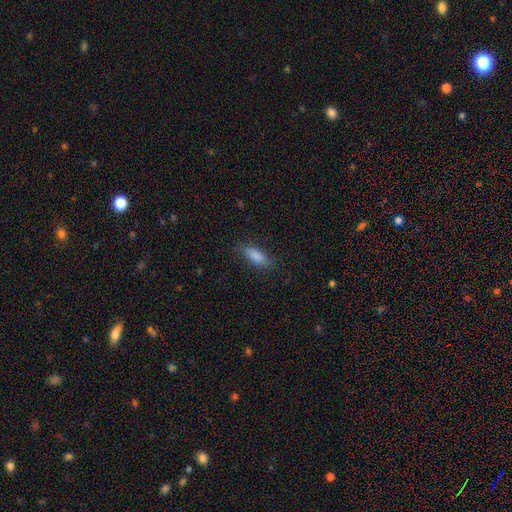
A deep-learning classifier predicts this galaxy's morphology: Overall: smooth (84%). How rounded: in between (64%; cigar-shaped 34%). Merging: none (82%).